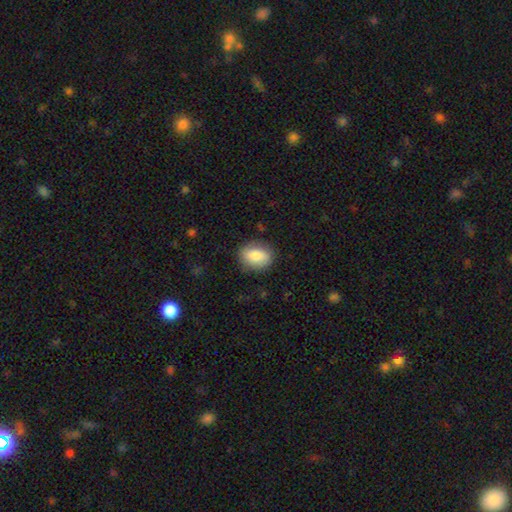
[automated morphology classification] smooth-or-featured: smooth: 82% | featured or disk: 11% | star or artifact: 7%
  how-rounded: in between: 71% | round: 28% | cigar-shaped: 2%
  merging: none: 82% | minor disturbance: 14% | major disturbance: 4% | merger: 1%